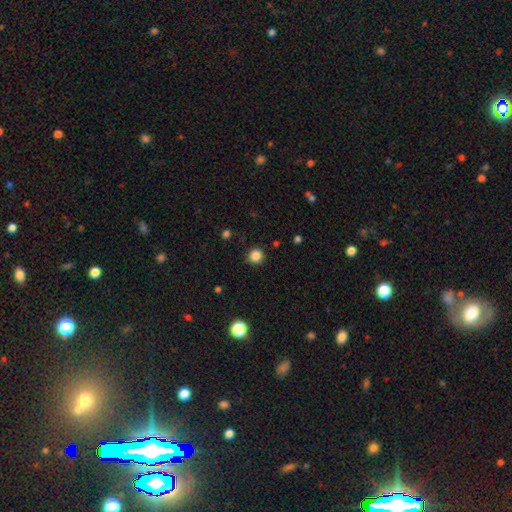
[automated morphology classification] Q: Smooth or featured?
A: smooth (85%); runner-up: star or artifact (12%)
Q: How rounded?
A: round (93%); runner-up: in between (6%)
Q: Merging?
A: none (88%); runner-up: minor disturbance (8%)